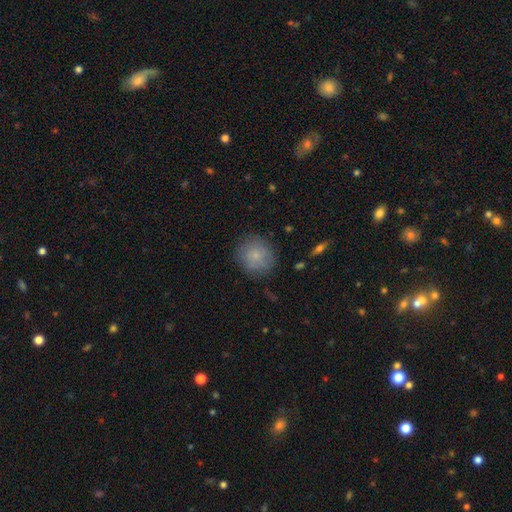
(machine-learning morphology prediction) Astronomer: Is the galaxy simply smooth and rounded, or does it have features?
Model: smooth — 78%.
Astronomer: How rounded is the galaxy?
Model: round — 88%.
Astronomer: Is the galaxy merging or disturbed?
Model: none — 79%.